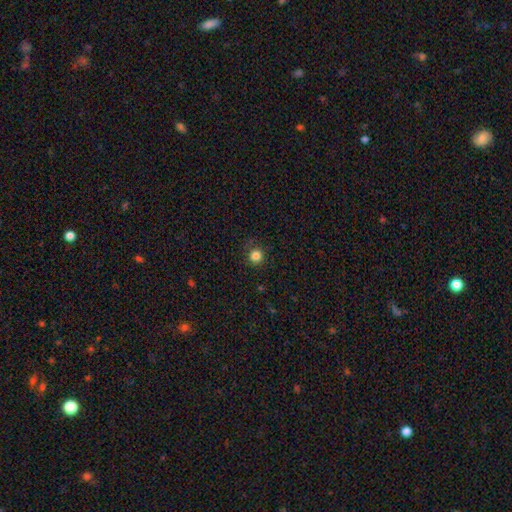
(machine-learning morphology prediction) Smooth or featured? smooth (83%)
How rounded? round (93%)
Merging? none (87%)